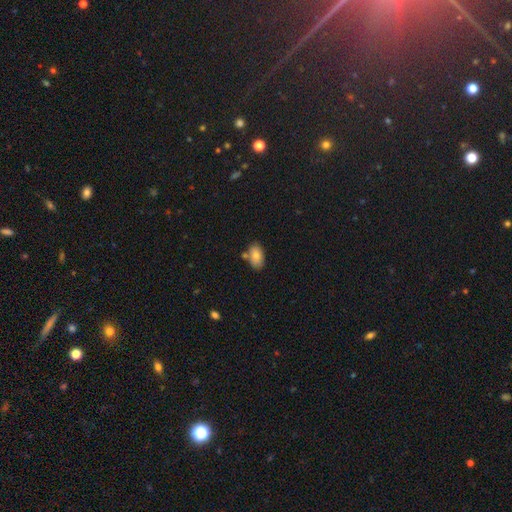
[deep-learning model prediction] smooth-or-featured: smooth: 79% | featured or disk: 13% | star or artifact: 8%
  how-rounded: in between: 92% | round: 6% | cigar-shaped: 2%
  merging: none: 72% | minor disturbance: 14% | merger: 11% | major disturbance: 3%